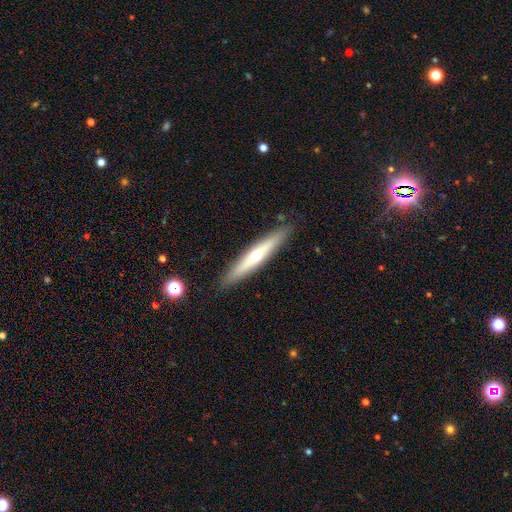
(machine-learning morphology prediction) The model was most divided on "smooth or featured": featured or disk: 56%, smooth: 38%, star or artifact: 6%. More confident: edge-on disk — yes (91%); merging — none (90%); edge-on bulge — rounded (80%).